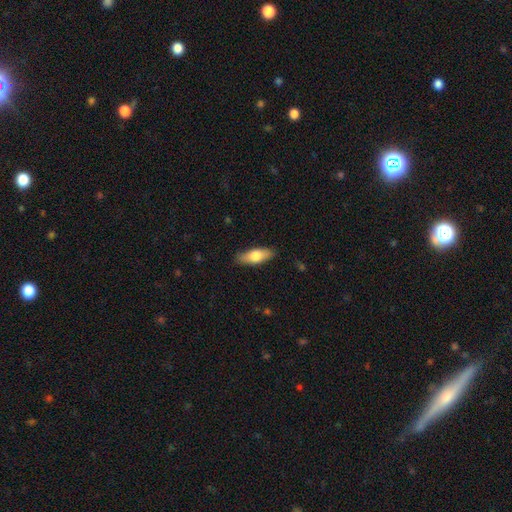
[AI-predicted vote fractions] Smooth or featured? smooth (72%)
How rounded? in between (68%)
Merging? none (86%)